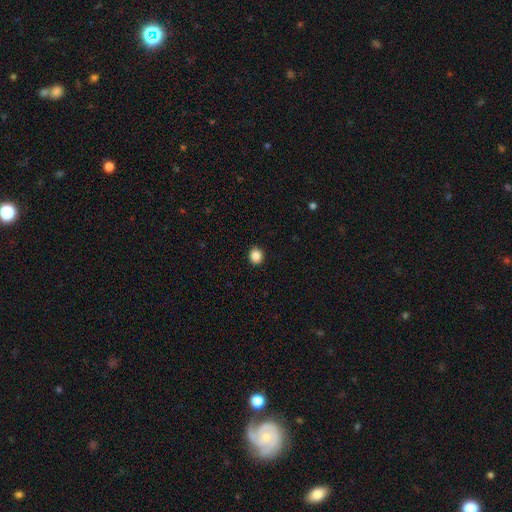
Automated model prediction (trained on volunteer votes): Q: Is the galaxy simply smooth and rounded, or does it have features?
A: smooth — 87%.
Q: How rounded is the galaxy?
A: round — 84%.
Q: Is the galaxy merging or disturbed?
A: none — 92%.